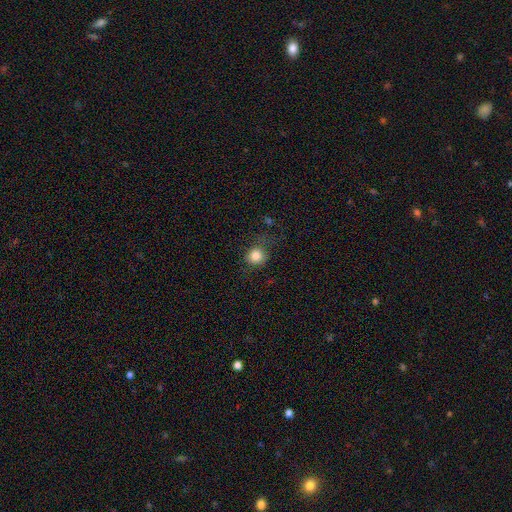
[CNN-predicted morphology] Smooth or featured: smooth — 82% (star or artifact — 11%)
How rounded: round — 84% (in between — 15%)
Merging: none — 71% (minor disturbance — 18%)